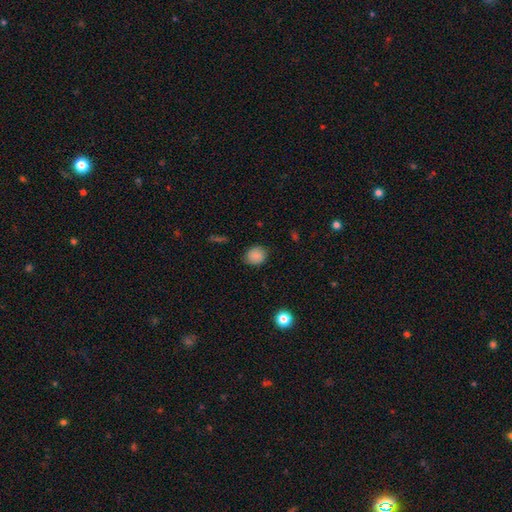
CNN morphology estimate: Smooth or featured? Predicted: smooth (p=0.85). How rounded? Predicted: round (p=0.68). Merging? Predicted: none (p=0.82).